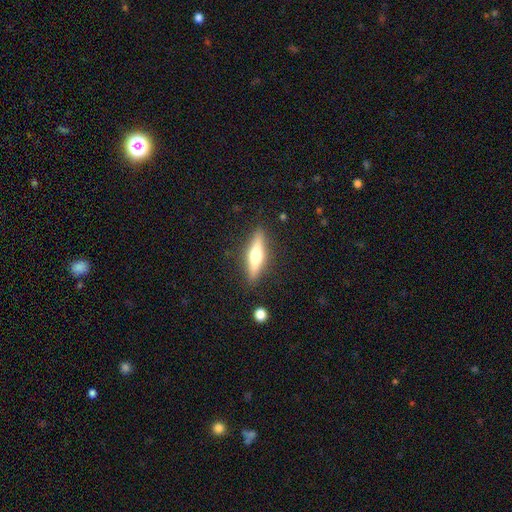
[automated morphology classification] Smooth or featured? Predicted: featured or disk (p=0.53). Edge-on disk? Predicted: yes (p=0.93). Merging? Predicted: none (p=0.87).